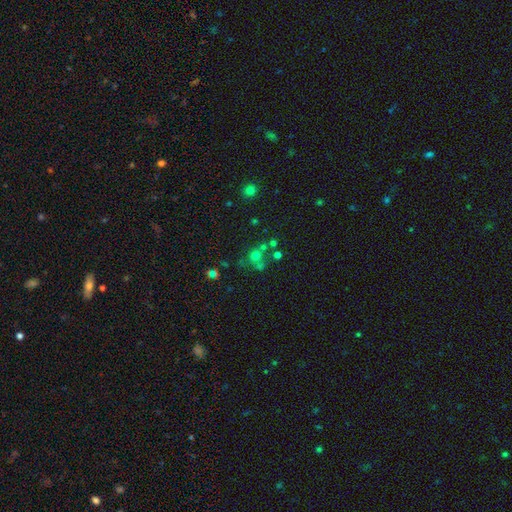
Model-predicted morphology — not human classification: This appears to be a smooth galaxy with no disk features (56%) that is round (86%). Merging: none (55%).